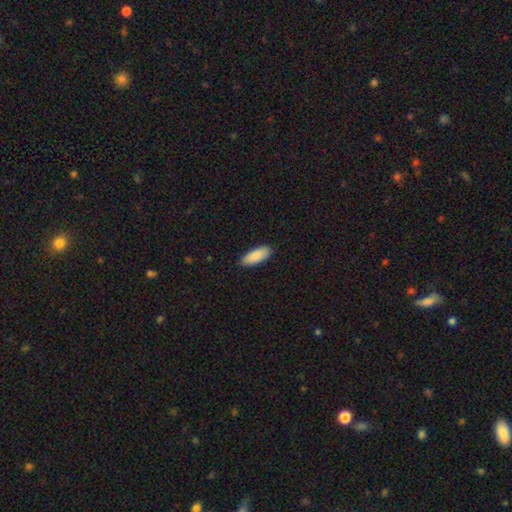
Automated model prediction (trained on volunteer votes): The model was most divided on "how rounded": in between: 79%, cigar-shaped: 20%, round: 2%. More confident: smooth or featured — smooth (88%); merging — none (88%).